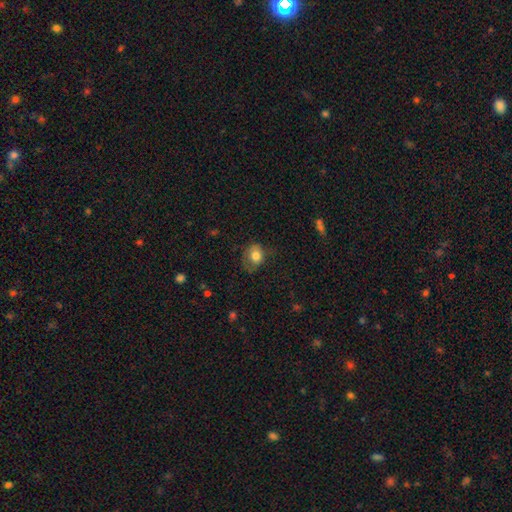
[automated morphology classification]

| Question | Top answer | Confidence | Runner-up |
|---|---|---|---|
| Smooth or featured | smooth | 76% | featured or disk (15%) |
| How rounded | in between | 50% | tied: round (50%) |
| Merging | none | 53% | minor disturbance (29%) |